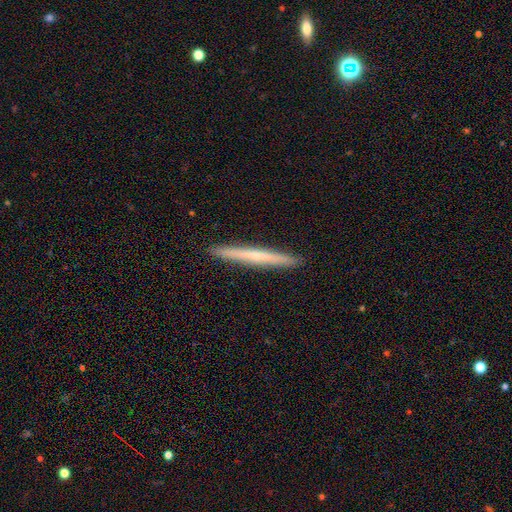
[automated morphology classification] smooth_or_featured: smooth (p=0.47) [tied with: featured or disk p=0.47]
merging: none (p=0.93) [alt: minor disturbance p=0.05]